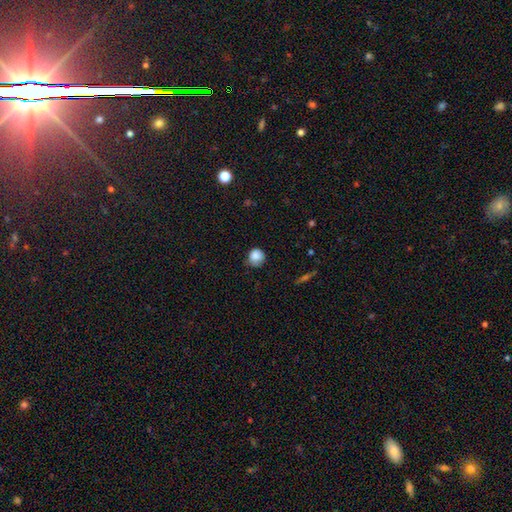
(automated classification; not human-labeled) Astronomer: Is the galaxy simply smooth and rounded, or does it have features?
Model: smooth — 85%.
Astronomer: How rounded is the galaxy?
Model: round — 88%.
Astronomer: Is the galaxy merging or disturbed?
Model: none — 62%.